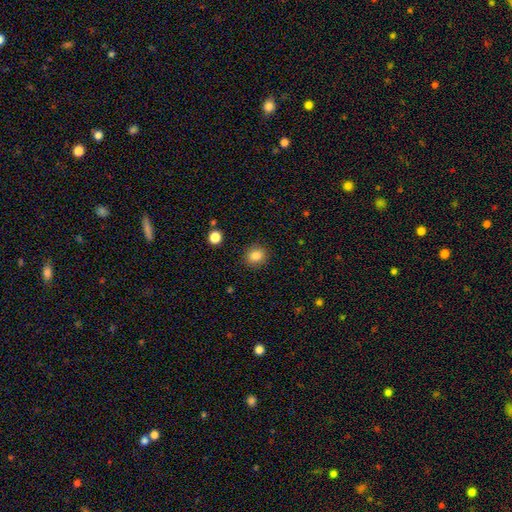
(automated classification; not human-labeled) Q: Smooth or featured?
A: smooth (85%); runner-up: star or artifact (10%)
Q: How rounded?
A: round (77%); runner-up: in between (22%)
Q: Merging?
A: none (89%); runner-up: minor disturbance (7%)